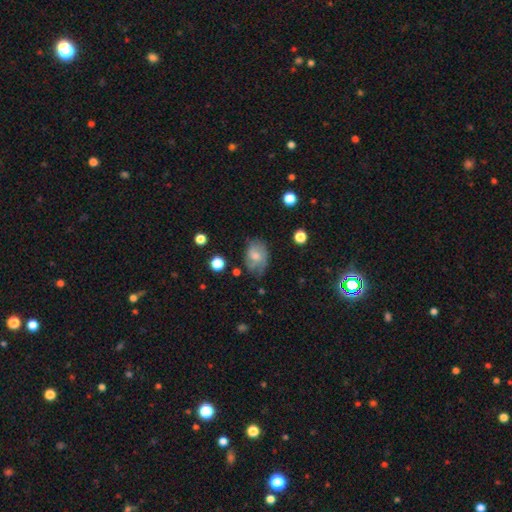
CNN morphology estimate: type=smooth (55%); roundness=in between (74%); merging=none (50%).